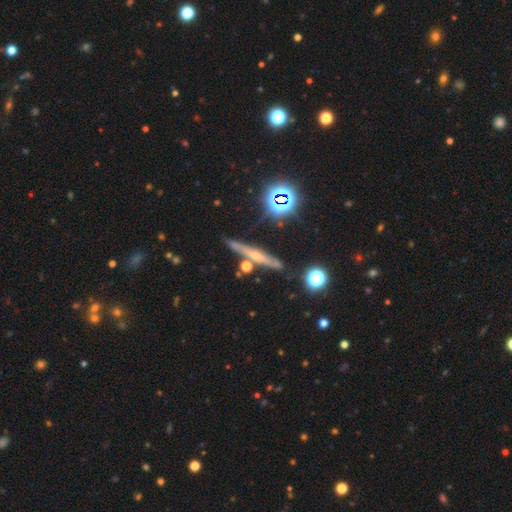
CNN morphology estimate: smooth_or_featured: featured or disk (p=0.57) [alt: smooth p=0.26]
disk_edge_on: yes (p=0.94) [alt: no p=0.06]
edge_on_bulge: rounded (p=0.64) [alt: none p=0.29]
merging: none (p=0.82) [alt: minor disturbance p=0.10]